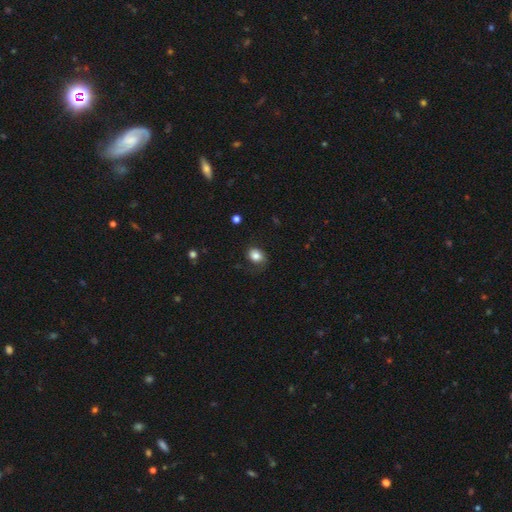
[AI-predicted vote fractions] Smooth or featured?
  - smooth: 83% *
  - star or artifact: 10%
  - featured or disk: 8%
How rounded?
  - in between: 59% *
  - round: 40%
  - cigar-shaped: 1%
Merging?
  - none: 72% *
  - minor disturbance: 20%
  - major disturbance: 7%
  - merger: 1%